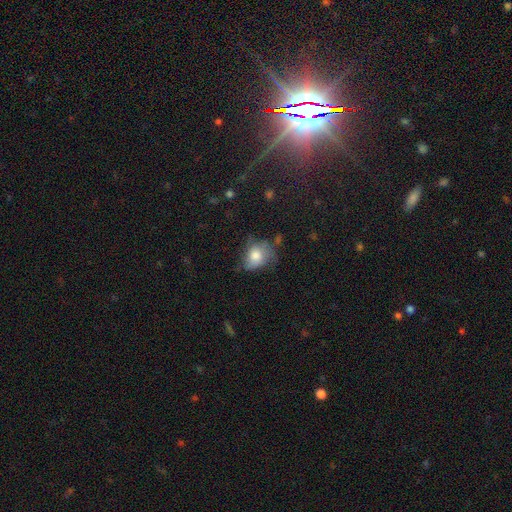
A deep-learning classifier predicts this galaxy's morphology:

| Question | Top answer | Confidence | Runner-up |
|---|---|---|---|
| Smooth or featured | smooth | 69% | featured or disk (22%) |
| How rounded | in between | 54% | round (45%) |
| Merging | none | 42% | minor disturbance (35%) |